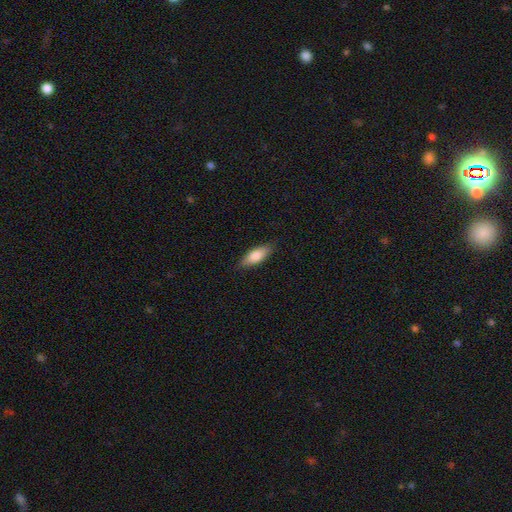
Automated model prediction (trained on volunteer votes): Overall: smooth (80%). How rounded: in between (70%). Merging: none (85%).